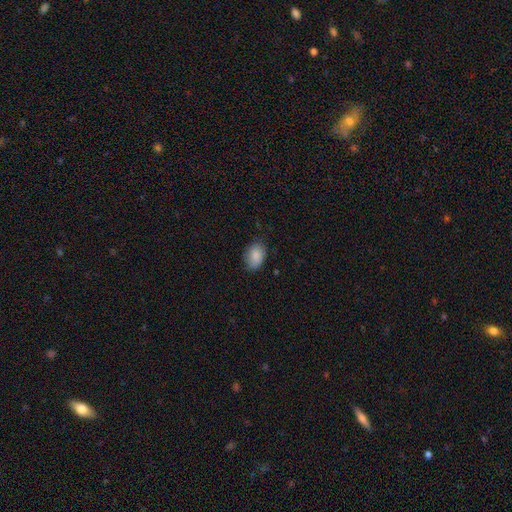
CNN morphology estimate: Overall: smooth (88%). How rounded: in between (85%). Merging: none (75%).